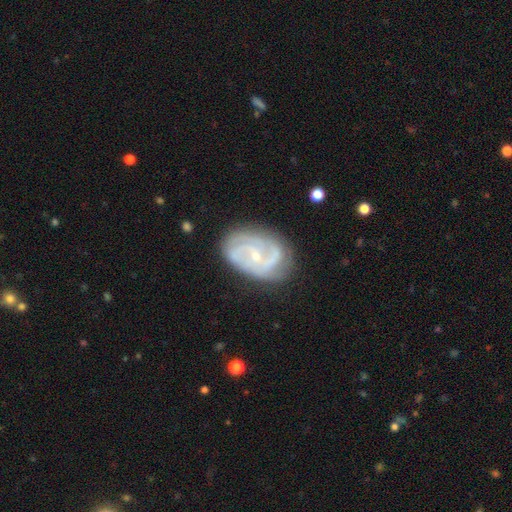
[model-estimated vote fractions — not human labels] Smooth or featured?
  - featured or disk: 86% *
  - smooth: 9%
  - star or artifact: 5%
Edge-on disk?
  - no: 97% *
  - yes: 3%
Bar?
  - no: 56% *
  - weak: 35%
  - strong: 9%
Spiral arms?
  - yes: 95% *
  - no: 5%
Spiral winding?
  - tight: 47% *
  - medium: 42%
  - loose: 12%
Spiral arm count?
  - 2: 44% *
  - 3: 24%
  - can't tell: 18%
  - 4: 6%
  - 1: 4%
  - more than 4: 4%
Bulge size?
  - small: 73% *
  - moderate: 24%
  - none: 2%
  - large: 1%
  - dominant: 1%
Merging?
  - none: 71% *
  - minor disturbance: 20%
  - major disturbance: 7%
  - merger: 2%